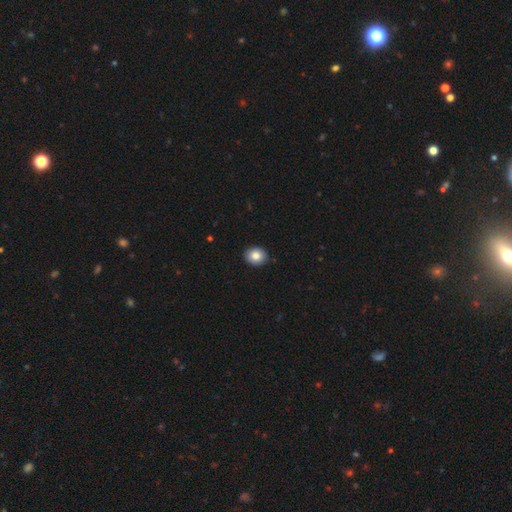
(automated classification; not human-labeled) Smooth or featured?
  - smooth: 84% *
  - star or artifact: 9%
  - featured or disk: 7%
How rounded?
  - round: 65% *
  - in between: 34%
  - cigar-shaped: 1%
Merging?
  - none: 91% *
  - minor disturbance: 7%
  - major disturbance: 1%
  - merger: 1%